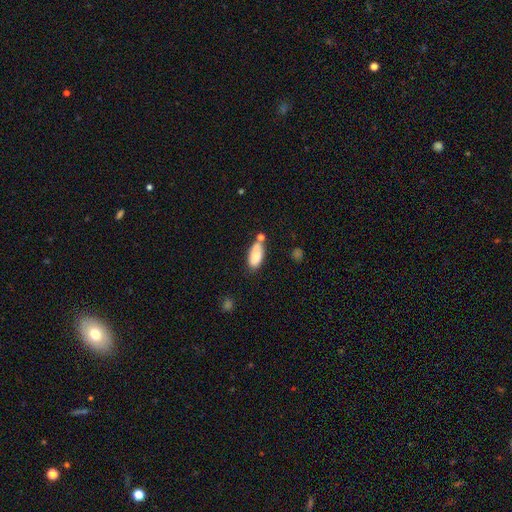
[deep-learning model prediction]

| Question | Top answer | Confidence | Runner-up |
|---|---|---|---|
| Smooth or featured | smooth | 80% | featured or disk (13%) |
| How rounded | in between | 89% | cigar-shaped (8%) |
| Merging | none | 60% | minor disturbance (20%) |